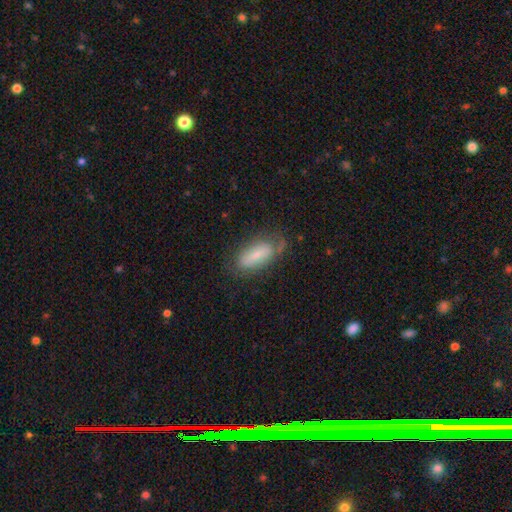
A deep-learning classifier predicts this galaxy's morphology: Overall: smooth (58%; featured or disk 33%). How rounded: in between (78%). Merging: none (63%; minor disturbance 25%).